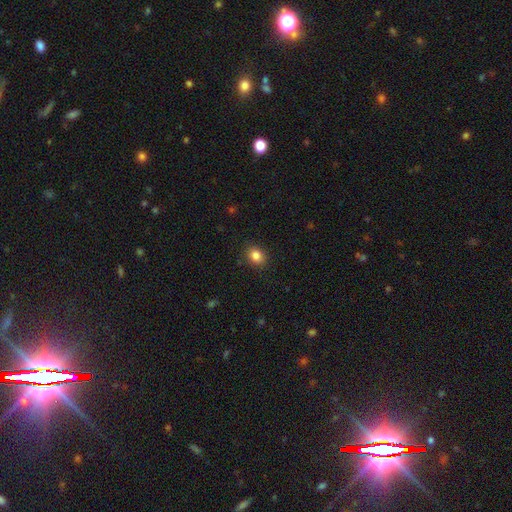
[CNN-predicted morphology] This is clearly a smooth galaxy (85%). How rounded: possibly in between (52%). Merging: clearly none (88%).